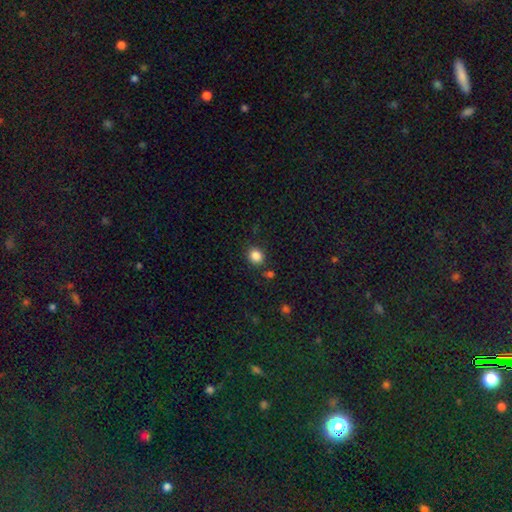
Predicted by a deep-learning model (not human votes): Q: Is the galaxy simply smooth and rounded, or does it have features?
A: smooth — 85%.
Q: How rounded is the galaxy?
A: round — 77%.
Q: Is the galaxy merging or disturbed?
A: none — 85%.